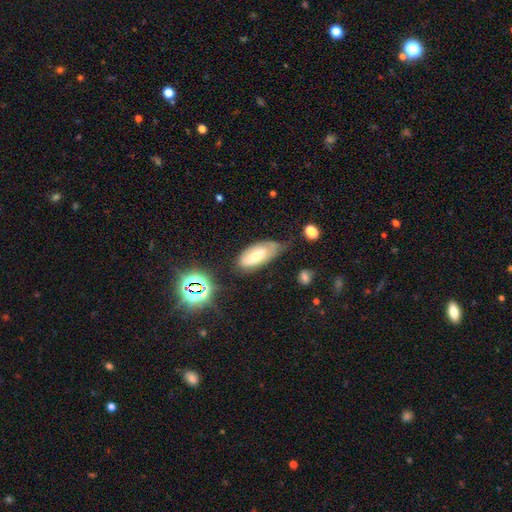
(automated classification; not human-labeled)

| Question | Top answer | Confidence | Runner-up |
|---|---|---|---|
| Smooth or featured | featured or disk | 44% | smooth (41%) |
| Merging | none | 47% | minor disturbance (36%) |